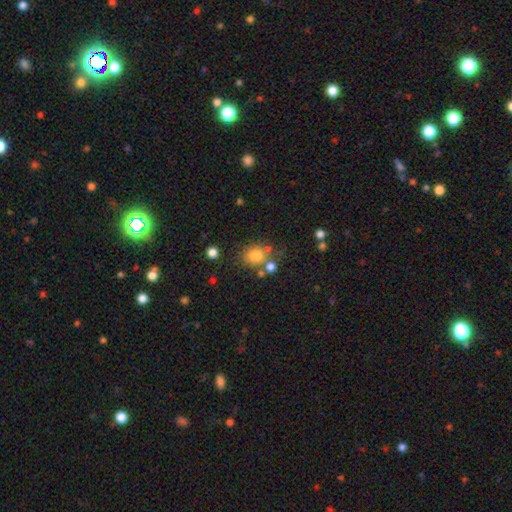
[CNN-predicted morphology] Smooth or featured: smooth — 79% (star or artifact — 12%)
How rounded: round — 71% (in between — 28%)
Merging: none — 66% (merger — 16%)